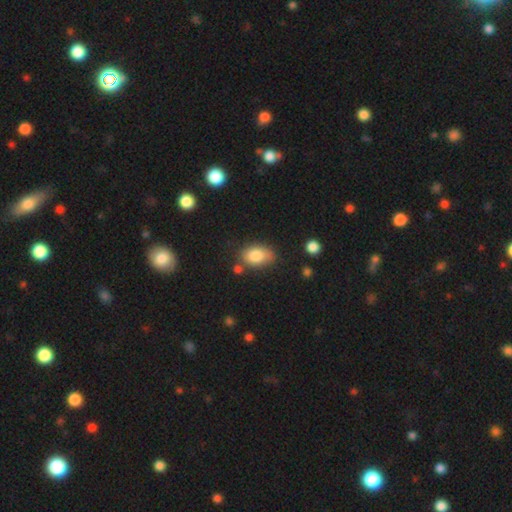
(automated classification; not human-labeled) smooth 82%, featured or disk 10%, star or artifact 8%. Down the decision tree: how rounded — in between (86%); merging — none (65%).